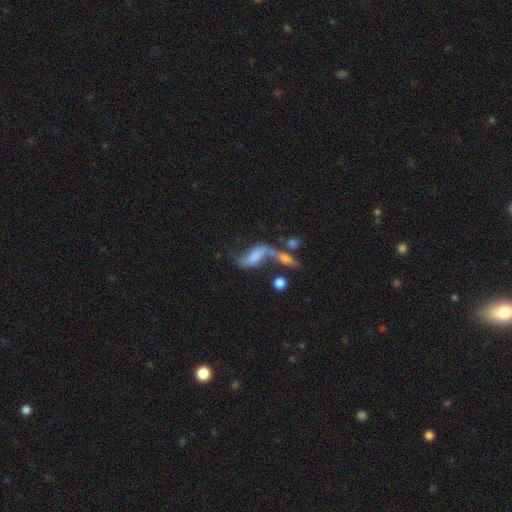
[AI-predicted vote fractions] Q: Smooth or featured?
A: featured or disk (50%); runner-up: smooth (40%)
Q: Edge-on disk?
A: no (81%); runner-up: yes (19%)
Q: Merging?
A: merger (36%); runner-up: none (29%)